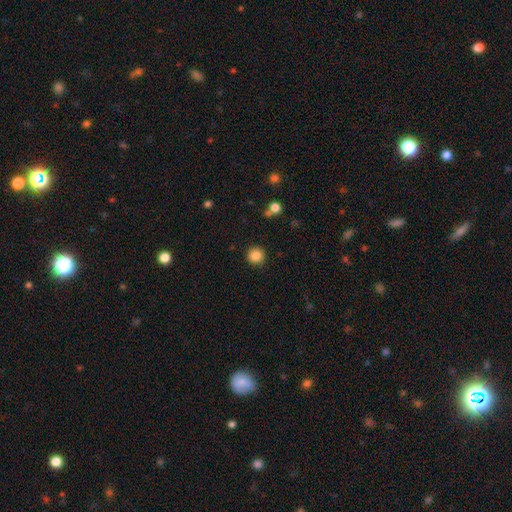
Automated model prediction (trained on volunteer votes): This is clearly a smooth galaxy (86%). How rounded: clearly round (95%). Merging: clearly none (91%).